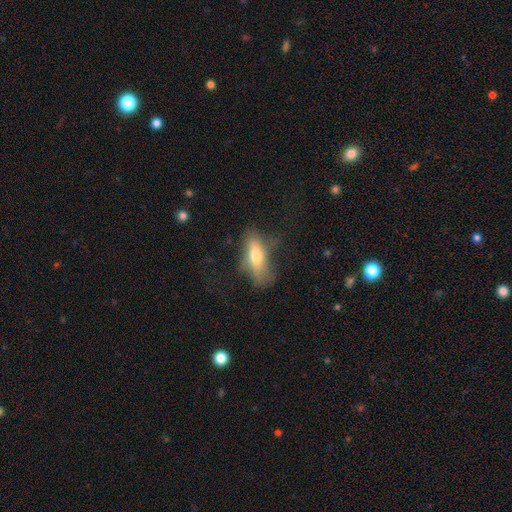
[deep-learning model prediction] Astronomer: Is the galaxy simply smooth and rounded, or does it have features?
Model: smooth — 63%.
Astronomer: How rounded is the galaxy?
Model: in between — 65%.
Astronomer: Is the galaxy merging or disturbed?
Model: none — 52%.